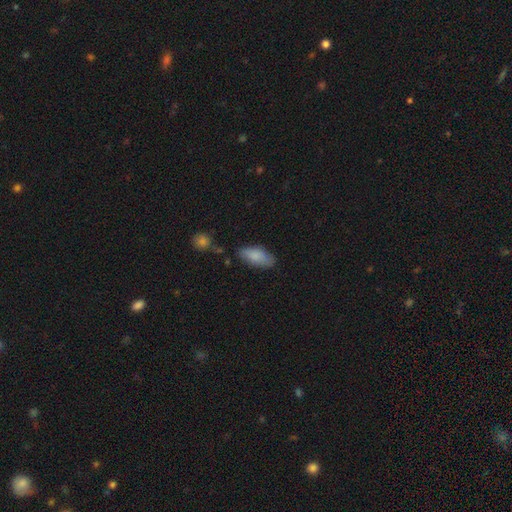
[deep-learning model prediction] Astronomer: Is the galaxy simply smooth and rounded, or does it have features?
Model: smooth — 84%.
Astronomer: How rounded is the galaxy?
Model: in between — 87%.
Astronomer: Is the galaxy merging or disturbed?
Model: none — 72%.